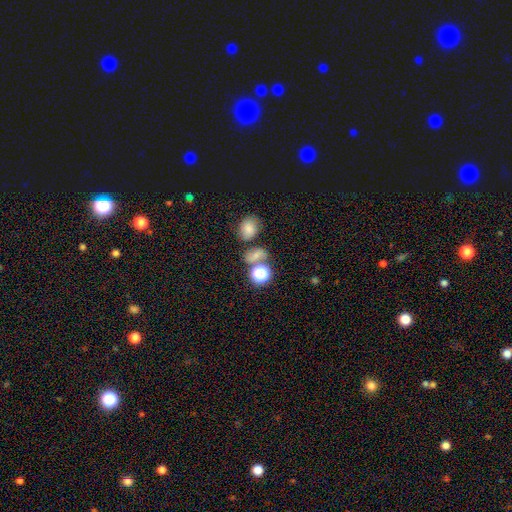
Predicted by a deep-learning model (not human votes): Q: Smooth or featured?
A: smooth (65%); runner-up: star or artifact (25%)
Q: How rounded?
A: round (53%); runner-up: in between (45%)
Q: Merging?
A: none (55%); runner-up: merger (26%)